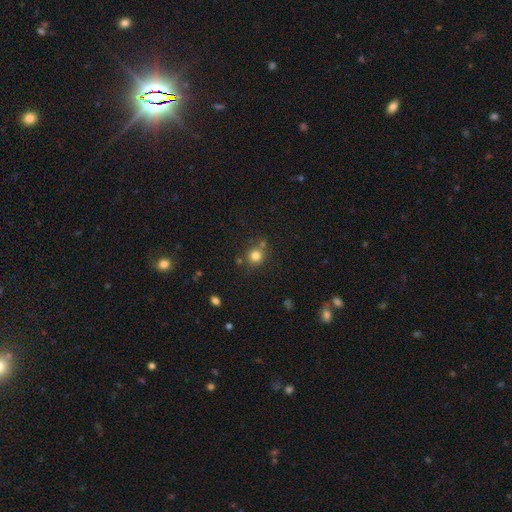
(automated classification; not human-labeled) smooth-or-featured: smooth: 79% | star or artifact: 14% | featured or disk: 7%
  how-rounded: round: 89% | in between: 10% | cigar-shaped: 1%
  merging: none: 71% | merger: 15% | minor disturbance: 11% | major disturbance: 4%